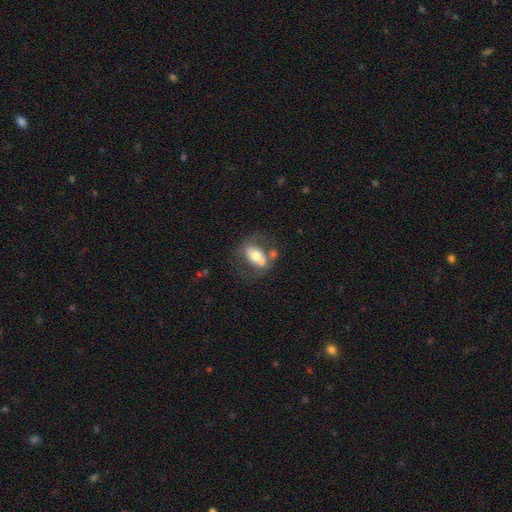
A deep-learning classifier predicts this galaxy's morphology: A smooth galaxy with no disk features (52%) that is in between round and cigar-shaped (76%). Merging: merger (38%).